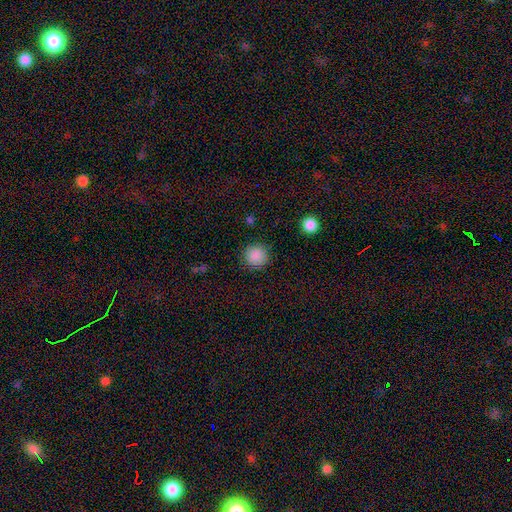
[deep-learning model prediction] smooth 87%, star or artifact 9%, featured or disk 3%. Down the decision tree: how rounded — round (95%); merging — none (89%).